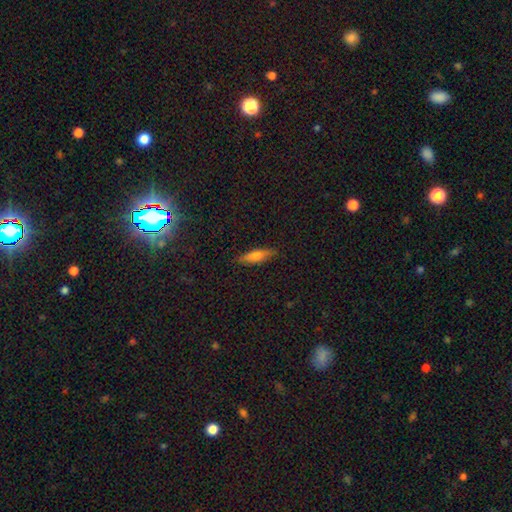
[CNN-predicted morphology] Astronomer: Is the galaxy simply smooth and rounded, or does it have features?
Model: smooth — 66%.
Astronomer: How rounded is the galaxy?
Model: cigar-shaped — 61%.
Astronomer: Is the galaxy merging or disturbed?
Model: none — 86%.